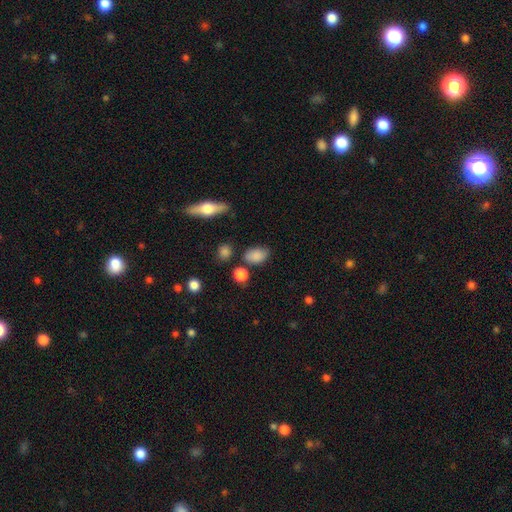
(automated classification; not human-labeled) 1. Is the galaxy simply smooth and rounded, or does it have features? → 84% smooth, 9% star or artifact, 7% featured or disk.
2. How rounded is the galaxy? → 84% in between, 14% round, 2% cigar-shaped.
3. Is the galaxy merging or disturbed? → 72% none, 17% minor disturbance, 6% merger, 5% major disturbance.